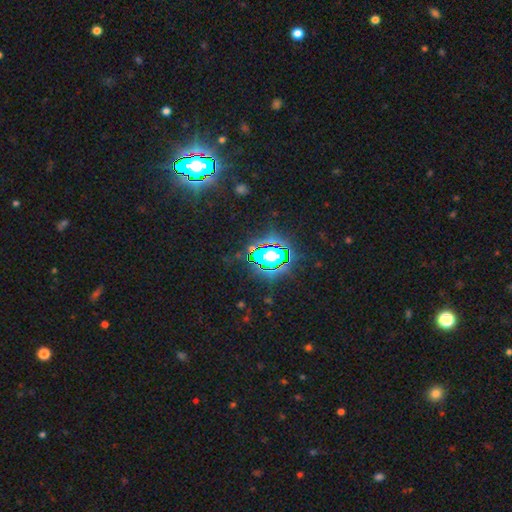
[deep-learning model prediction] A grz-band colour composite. It shows a star or artifact, not a galaxy (83%).